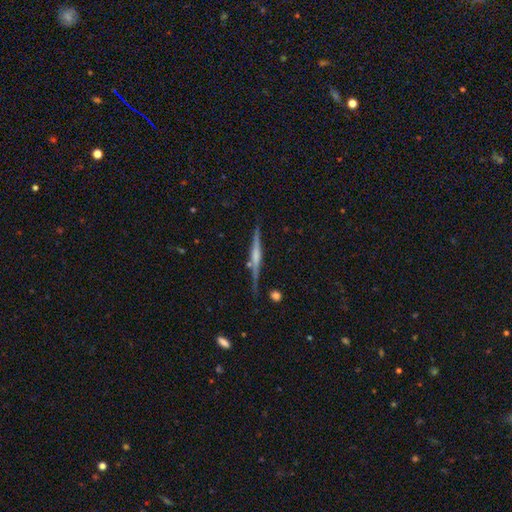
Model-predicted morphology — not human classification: A featured or disk galaxy (73%) viewed edge-on (98%) with a rounded central bulge (53%).

Vote fractions:
- Smooth or featured? featured or disk: 73% / smooth: 20% / star or artifact: 7%
- Edge-on disk? yes: 98% / no: 2%
- Edge-on bulge? rounded: 53% / boxy: 26% / none: 21%
- Merging? none: 82% / minor disturbance: 12% / merger: 4% / major disturbance: 3%